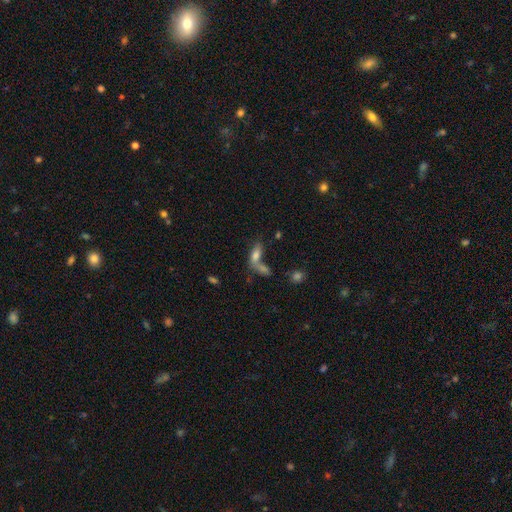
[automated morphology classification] Q: Smooth or featured?
A: smooth (73%); runner-up: featured or disk (16%)
Q: How rounded?
A: in between (74%); runner-up: cigar-shaped (22%)
Q: Merging?
A: merger (49%); runner-up: none (33%)